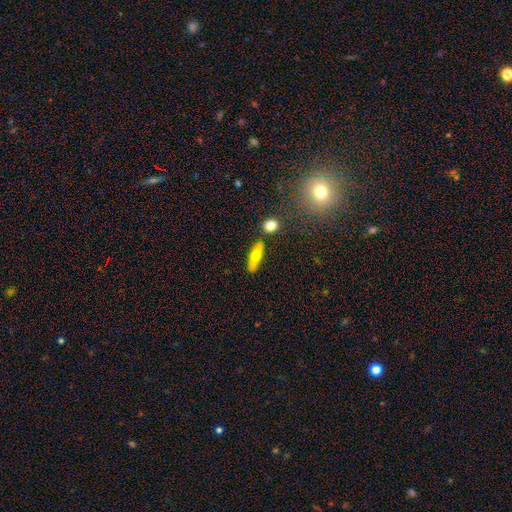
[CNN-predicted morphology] A smooth galaxy with no disk features (69%) that is cigar-shaped (52%).

Vote fractions:
- Smooth or featured? smooth: 69% / featured or disk: 23% / star or artifact: 8%
- How rounded? cigar-shaped: 52% / in between: 44% / round: 4%
- Merging? none: 81% / minor disturbance: 11% / merger: 5% / major disturbance: 3%